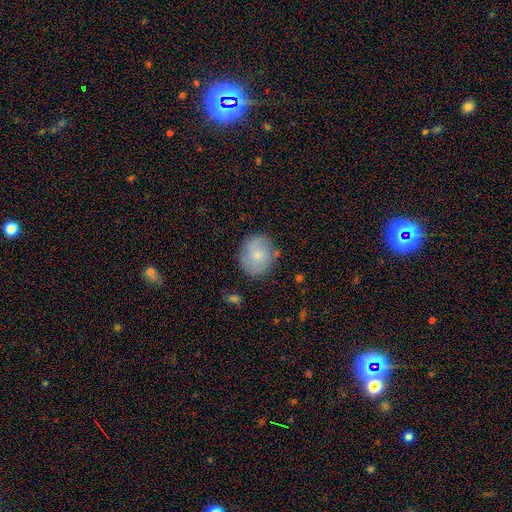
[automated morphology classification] smooth 68%, featured or disk 25%, star or artifact 7%. Down the decision tree: how rounded — round (73%); merging — none (78%).